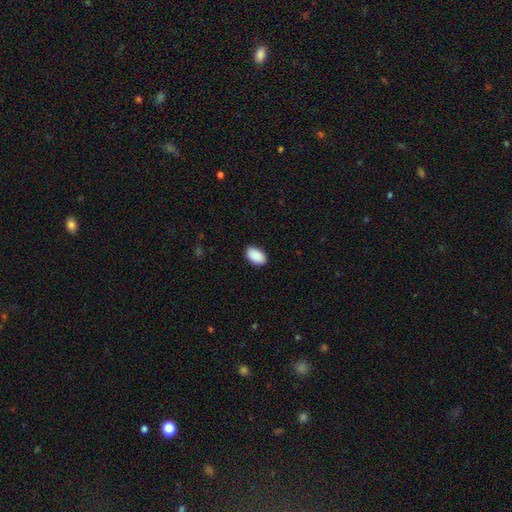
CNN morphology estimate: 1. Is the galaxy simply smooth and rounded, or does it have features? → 91% smooth, 6% star or artifact, 2% featured or disk.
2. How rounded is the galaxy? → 94% in between, 5% round, 1% cigar-shaped.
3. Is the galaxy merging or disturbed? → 90% none, 8% minor disturbance, 2% major disturbance, 1% merger.